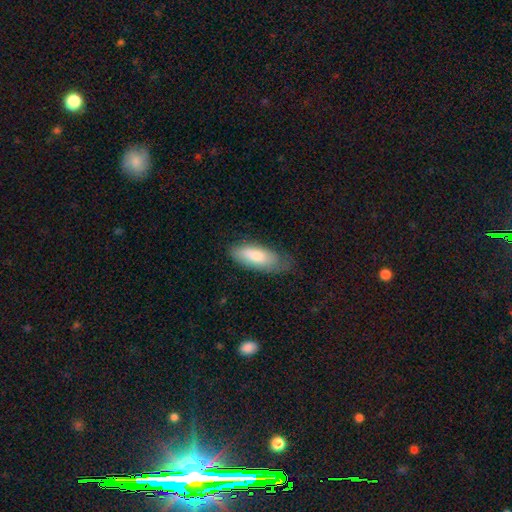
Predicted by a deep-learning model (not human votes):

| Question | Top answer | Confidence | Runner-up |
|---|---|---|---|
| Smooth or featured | smooth | 80% | featured or disk (14%) |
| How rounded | in between | 74% | cigar-shaped (24%) |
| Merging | none | 59% | minor disturbance (31%) |